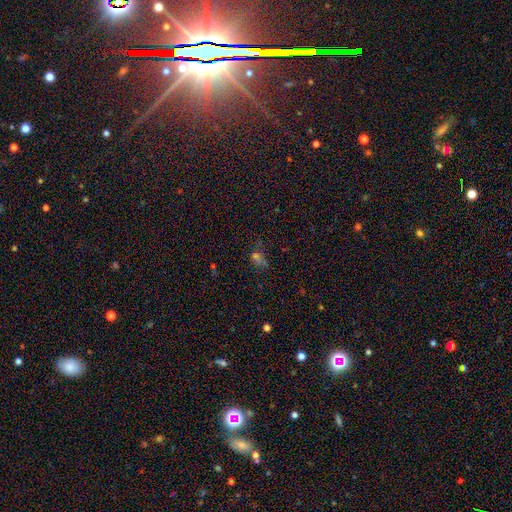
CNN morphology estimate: This is possibly a star or artifact rather than a galaxy (45%).